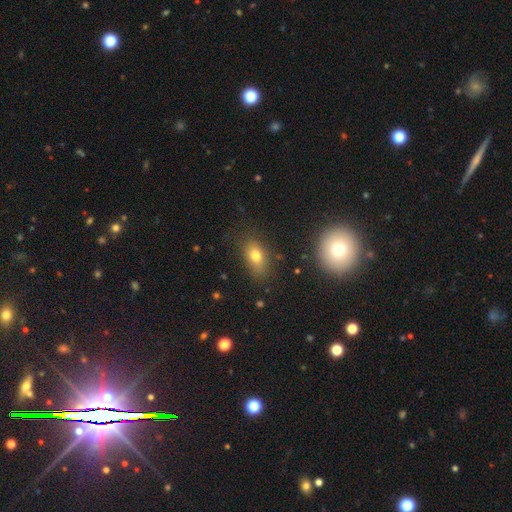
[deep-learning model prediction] Smooth or featured?
  - smooth: 74% *
  - featured or disk: 13%
  - star or artifact: 13%
How rounded?
  - in between: 81% *
  - round: 14%
  - cigar-shaped: 5%
Merging?
  - none: 78% *
  - minor disturbance: 15%
  - major disturbance: 4%
  - merger: 3%